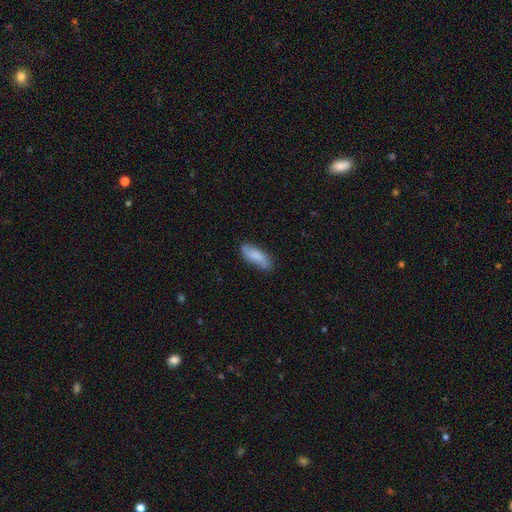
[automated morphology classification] The model was most divided on "how rounded": in between: 67%, cigar-shaped: 31%, round: 2%. More confident: smooth or featured — smooth (73%); merging — none (71%).